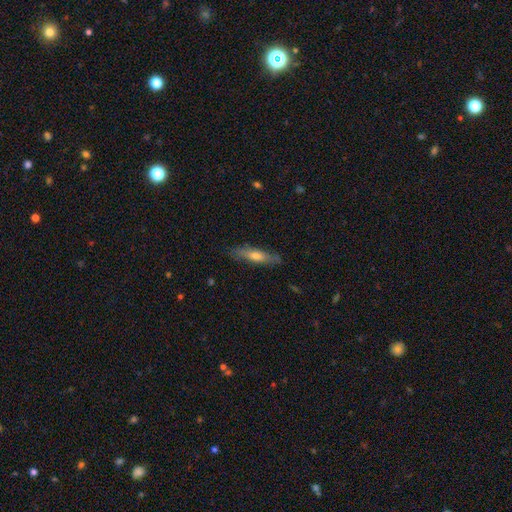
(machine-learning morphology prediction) Overall: featured or disk (47%; smooth 46%). Merging: none (84%).